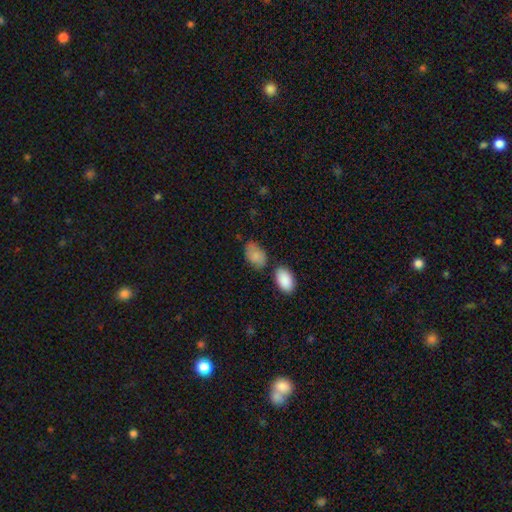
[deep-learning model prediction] Q: Smooth or featured?
A: smooth (85%); runner-up: featured or disk (8%)
Q: How rounded?
A: in between (89%); runner-up: round (10%)
Q: Merging?
A: none (59%); runner-up: minor disturbance (23%)